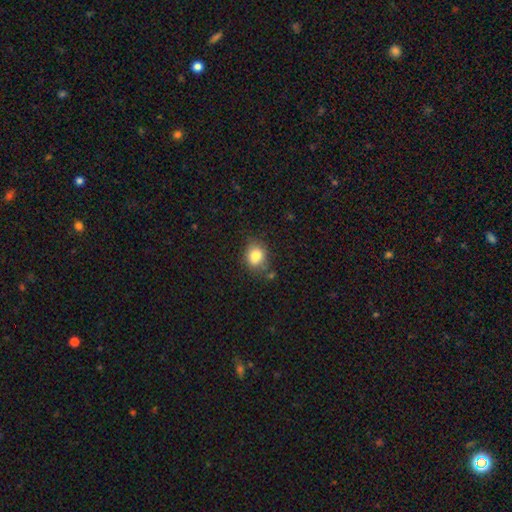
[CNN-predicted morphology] This appears to be a smooth galaxy with no disk features (82%) that is round (58%). Merging: none (72%).